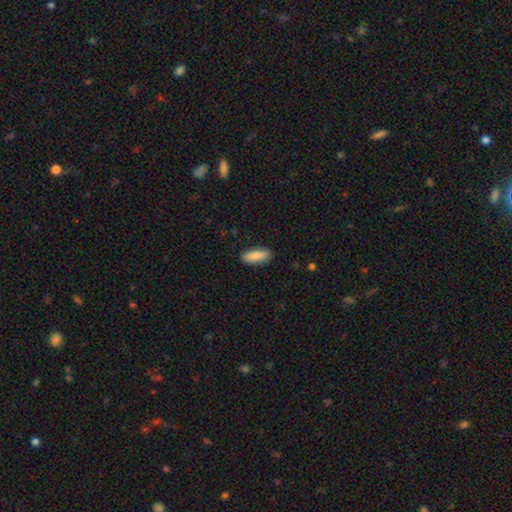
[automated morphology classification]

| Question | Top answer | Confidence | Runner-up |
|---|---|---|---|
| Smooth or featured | smooth | 88% | featured or disk (6%) |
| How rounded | in between | 63% | cigar-shaped (35%) |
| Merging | none | 88% | minor disturbance (9%) |